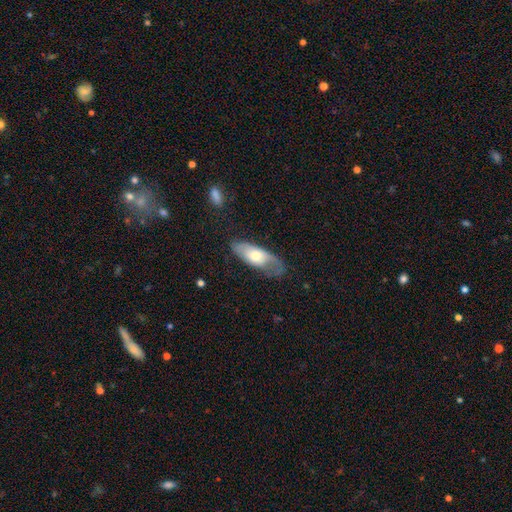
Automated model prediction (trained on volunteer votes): Smooth or featured: smooth — 53% (featured or disk — 41%)
How rounded: in between — 79% (cigar-shaped — 18%)
Merging: none — 45% (minor disturbance — 31%)